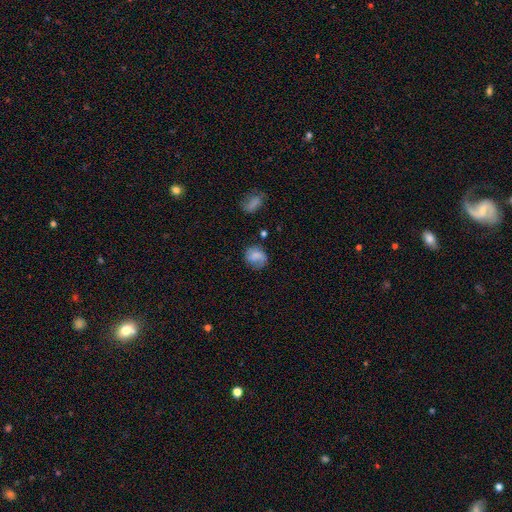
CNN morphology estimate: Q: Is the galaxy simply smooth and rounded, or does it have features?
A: smooth — 63%.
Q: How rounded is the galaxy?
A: round — 68%.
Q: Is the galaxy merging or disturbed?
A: none — 61%.